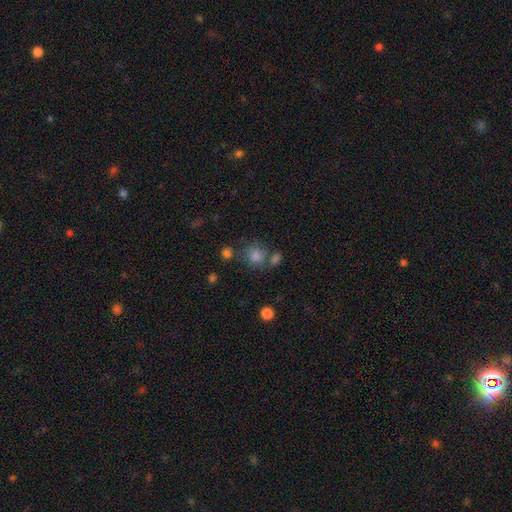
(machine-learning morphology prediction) This appears to be a smooth galaxy with no disk features (68%) that is round (77%). Merging: none (57%).